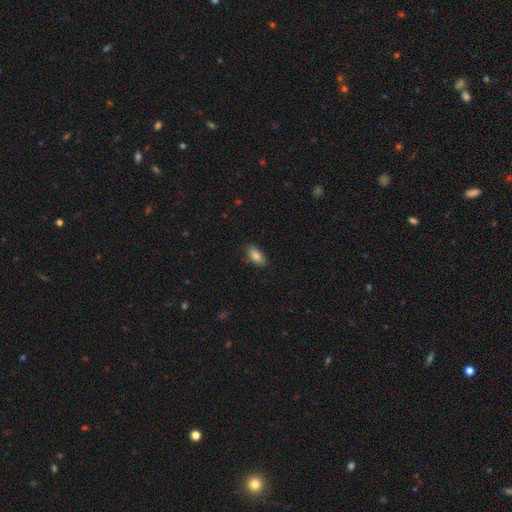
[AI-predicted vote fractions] Smooth or featured? Predicted: smooth (p=0.83). How rounded? Predicted: in between (p=0.89). Merging? Predicted: none (p=0.85).